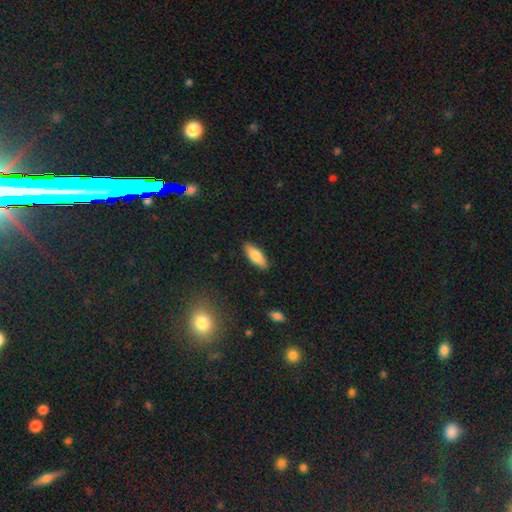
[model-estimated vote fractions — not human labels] Smooth or featured?
  - smooth: 76% *
  - featured or disk: 18%
  - star or artifact: 6%
How rounded?
  - in between: 67% *
  - cigar-shaped: 31%
  - round: 2%
Merging?
  - none: 88% *
  - minor disturbance: 9%
  - major disturbance: 2%
  - merger: 1%